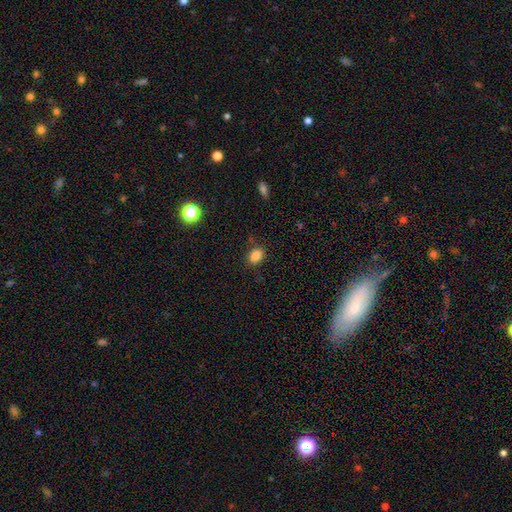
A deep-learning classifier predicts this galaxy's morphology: A smooth galaxy with no disk features (84%) that is in between round and cigar-shaped (72%). Merging: none (81%).